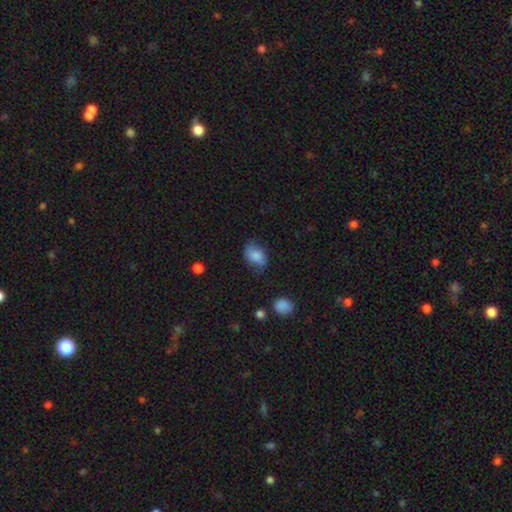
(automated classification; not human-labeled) Overall: smooth (78%). How rounded: in between (81%). Merging: none (62%; minor disturbance 27%).